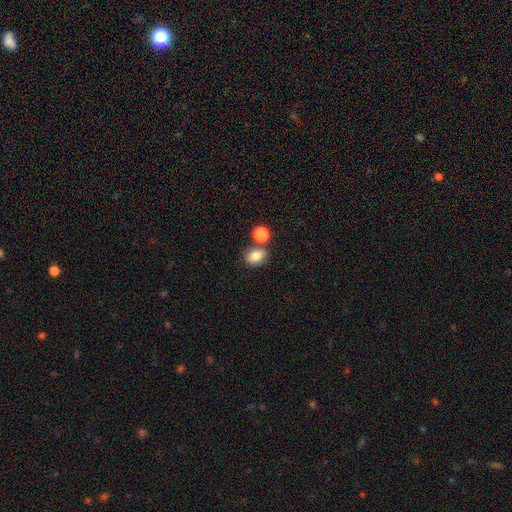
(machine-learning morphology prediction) smooth_or_featured: smooth (p=0.83) [alt: star or artifact p=0.11]
how_rounded: in between (p=0.61) [alt: round p=0.38]
merging: none (p=0.65) [alt: merger p=0.21]